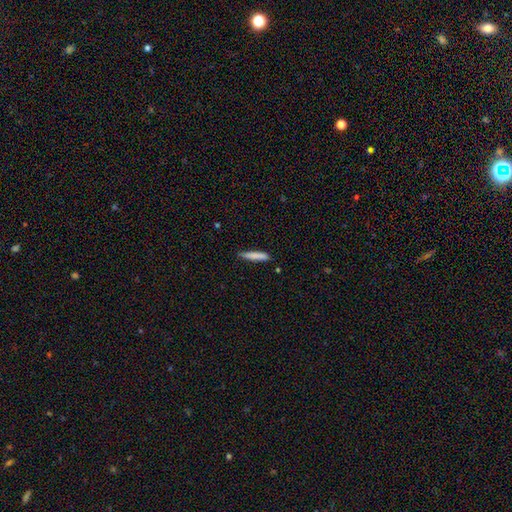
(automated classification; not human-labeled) Morphology: type=smooth (83%); roundness=cigar-shaped (91%); merging=none (84%).